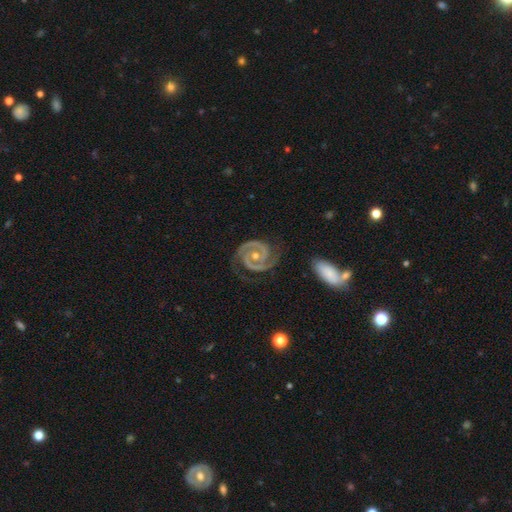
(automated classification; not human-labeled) Smooth or featured? featured or disk (92%)
Edge-on disk? no (98%)
Bar? no (52%)
Spiral arms? yes (98%)
Spiral winding? tight (63%)
Spiral arm count? 2 (92%)
Bulge size? small (48%, tied with moderate)
Merging? none (79%)